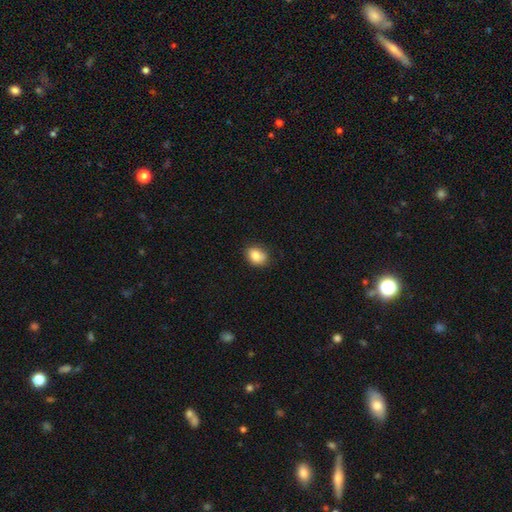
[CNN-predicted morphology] A smooth galaxy with no disk features (83%) that is in between round and cigar-shaped (59%). Merging: none (78%).